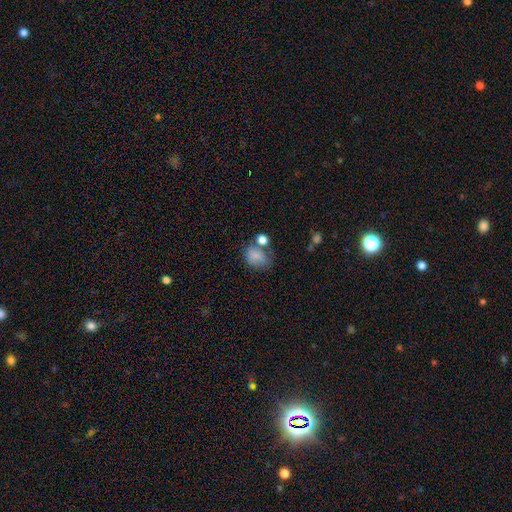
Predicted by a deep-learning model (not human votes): The model was most divided on "how rounded": in between: 51%, round: 48%, cigar-shaped: 1%. Remaining: smooth or featured — smooth (78%); merging — none (46%).